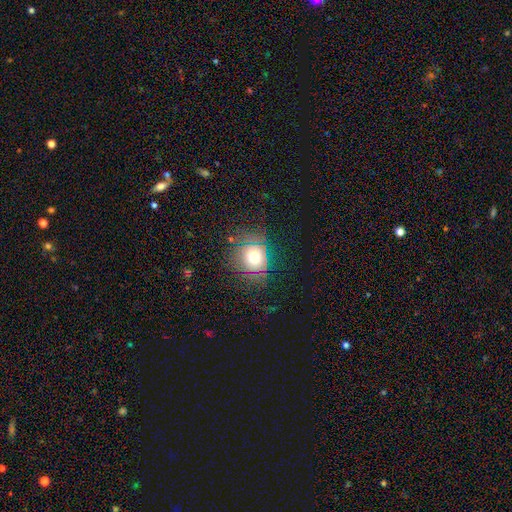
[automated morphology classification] smooth 61%, featured or disk 20%, star or artifact 19%. Down the decision tree: how rounded — round (78%); merging — none (74%).